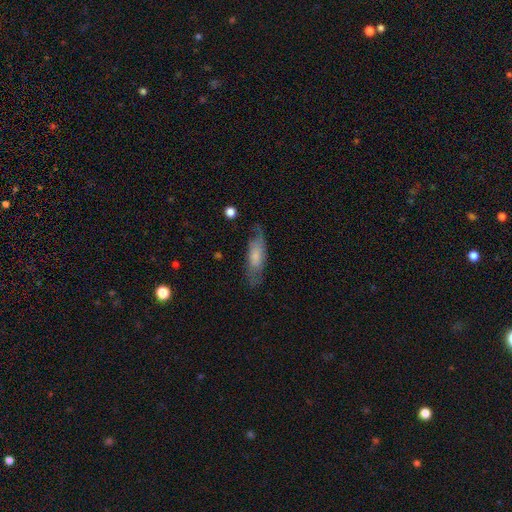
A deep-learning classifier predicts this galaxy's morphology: The model was most divided on "how rounded": in between: 58%, cigar-shaped: 40%, round: 2%. More confident: merging — none (66%); smooth or featured — smooth (59%).